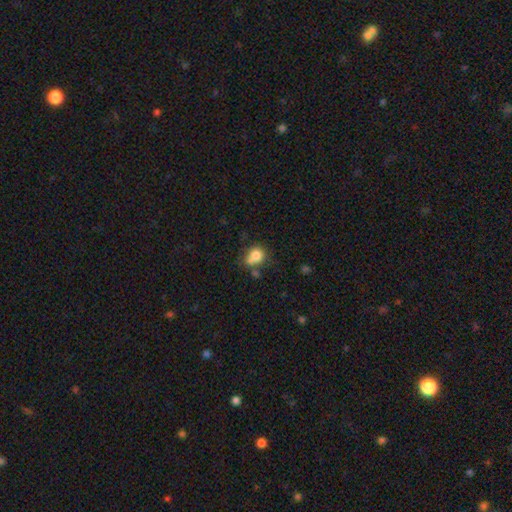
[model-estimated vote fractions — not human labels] Smooth or featured? Predicted: smooth (p=0.79). How rounded? Predicted: round (p=0.69). Merging? Predicted: none (p=0.46).